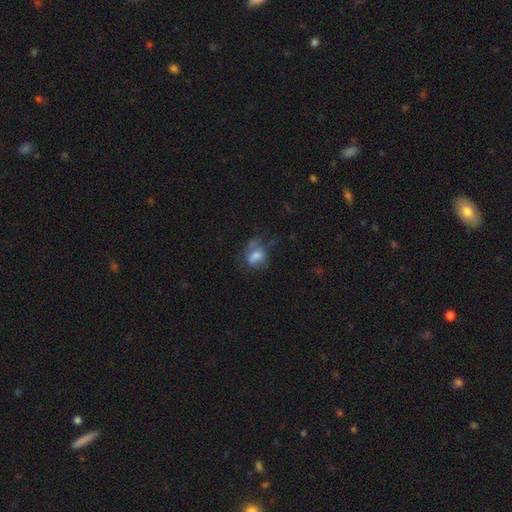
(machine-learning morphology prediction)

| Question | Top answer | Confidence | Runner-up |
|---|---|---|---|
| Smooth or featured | smooth | 57% | featured or disk (30%) |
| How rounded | in between | 61% | round (37%) |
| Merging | none | 37% | major disturbance (27%) |